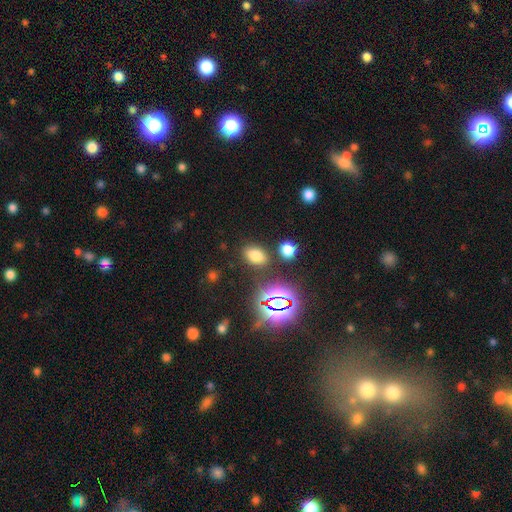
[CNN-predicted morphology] smooth 68%, star or artifact 24%, featured or disk 8%. Down the decision tree: how rounded — in between (82%); merging — none (81%).